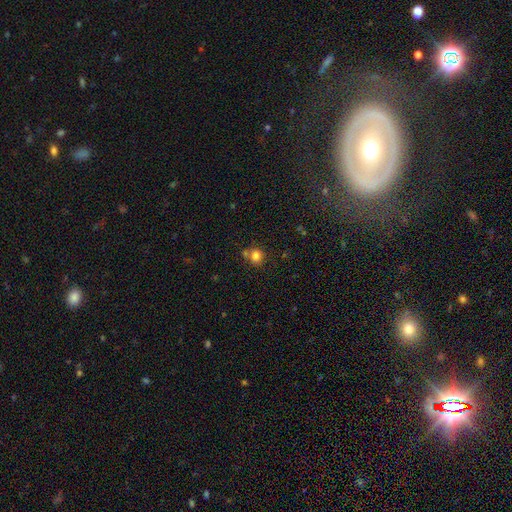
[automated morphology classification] Smooth or featured? Predicted: smooth (p=0.80). How rounded? Predicted: round (p=0.79). Merging? Predicted: none (p=0.65).